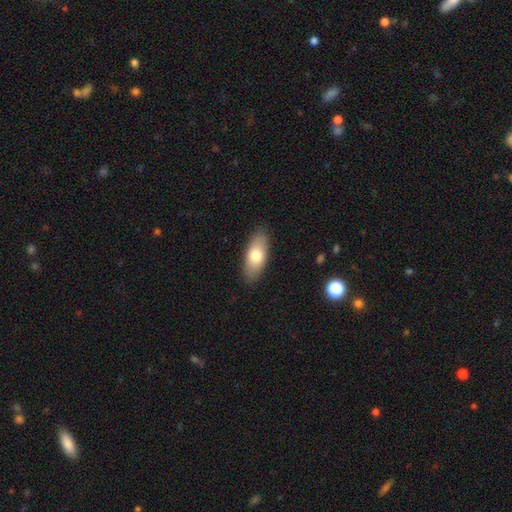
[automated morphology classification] This appears to be a smooth galaxy with no disk features (74%) that is in between round and cigar-shaped (84%). Merging: none (88%).